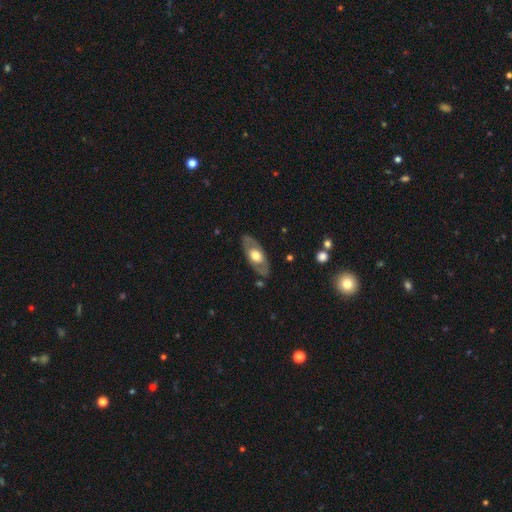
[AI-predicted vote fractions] The model was most divided on "smooth or featured": featured or disk: 54%, smooth: 41%, star or artifact: 5%. More confident: merging — none (81%); edge-on disk — no (78%).